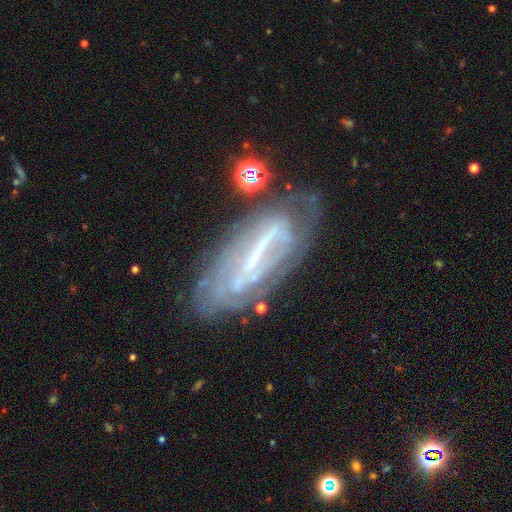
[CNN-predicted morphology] Smooth or featured? featured or disk (74%)
Edge-on disk? no (77%)
Bar? strong (63%)
Spiral arms? yes (60%)
Bulge size? small (45%)
Merging? none (59%)